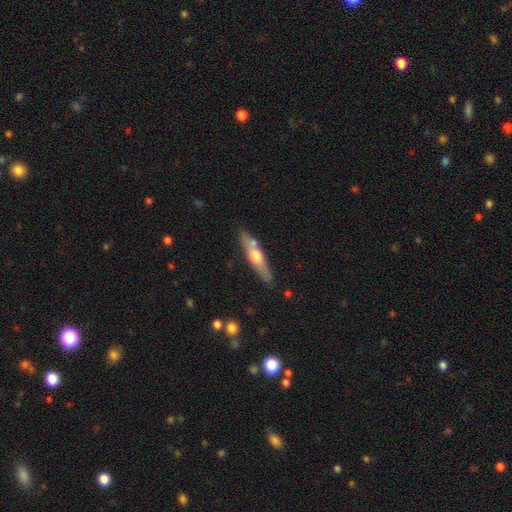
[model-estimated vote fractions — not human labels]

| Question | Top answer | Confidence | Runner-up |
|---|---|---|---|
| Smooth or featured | featured or disk | 57% | smooth (38%) |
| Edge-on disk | yes | 89% | no (11%) |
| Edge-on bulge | rounded | 92% | none (5%) |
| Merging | none | 78% | minor disturbance (12%) |